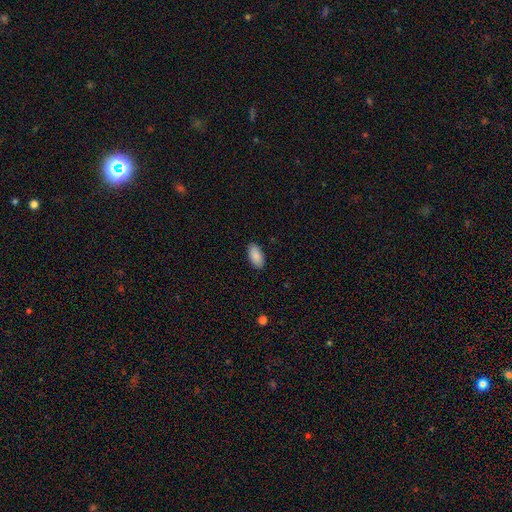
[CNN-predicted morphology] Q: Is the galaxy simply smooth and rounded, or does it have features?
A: smooth — 89%.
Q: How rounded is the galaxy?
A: in between — 95%.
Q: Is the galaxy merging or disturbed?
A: none — 89%.